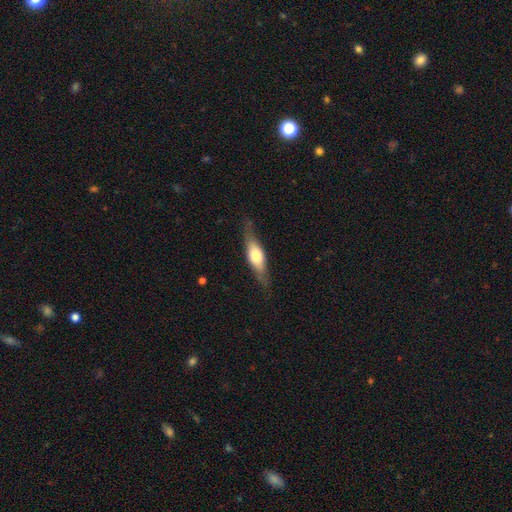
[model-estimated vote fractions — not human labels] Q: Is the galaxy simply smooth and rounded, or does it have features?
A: featured or disk — 49%.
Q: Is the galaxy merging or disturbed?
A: none — 77%.